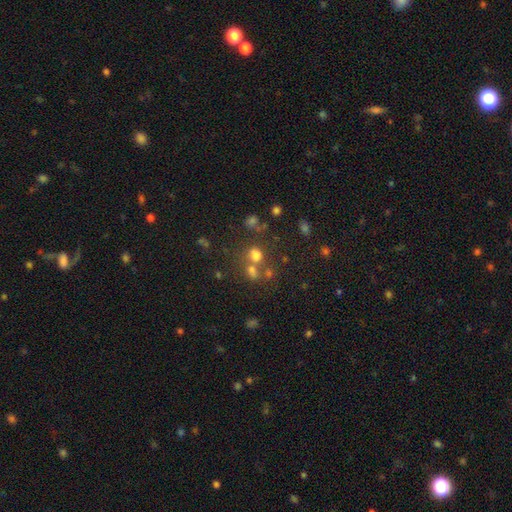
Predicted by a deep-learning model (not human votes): The model was most divided on "merging": none: 50%, merger: 34%, minor disturbance: 10%, major disturbance: 6%. More confident: smooth or featured — smooth (68%); how rounded — round (64%).